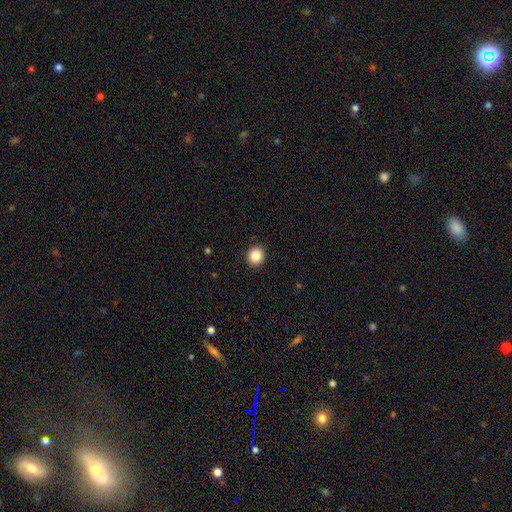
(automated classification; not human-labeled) Overall: smooth (87%). How rounded: round (86%). Merging: none (92%).